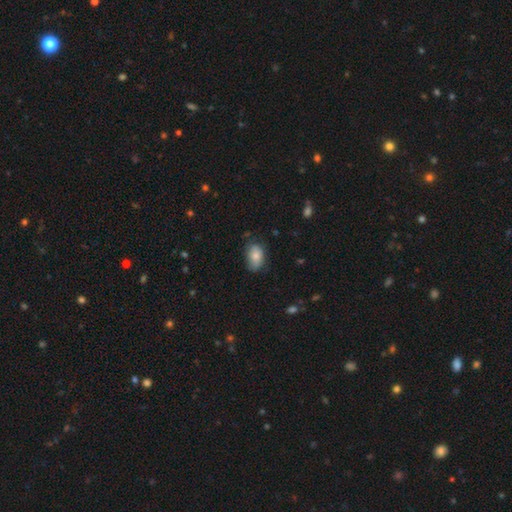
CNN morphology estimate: This is likely a smooth galaxy (80%). How rounded: clearly in between (89%). Merging: likely none (63%).